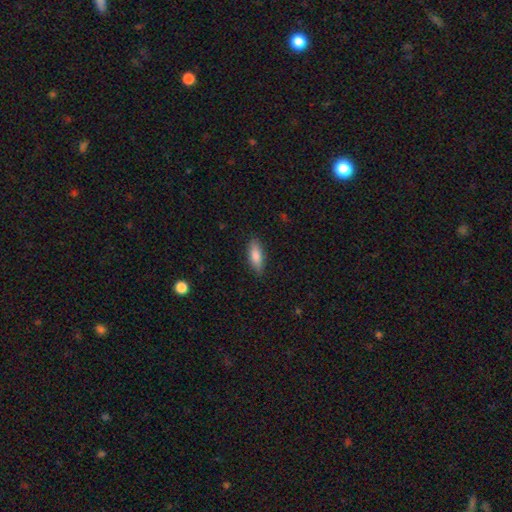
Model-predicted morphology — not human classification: A smooth galaxy with no disk features (80%) that is in between round and cigar-shaped (61%).

Vote fractions:
- Smooth or featured? smooth: 80% / featured or disk: 13% / star or artifact: 6%
- How rounded? in between: 61% / cigar-shaped: 37% / round: 2%
- Merging? none: 86% / minor disturbance: 11% / major disturbance: 2% / merger: 1%